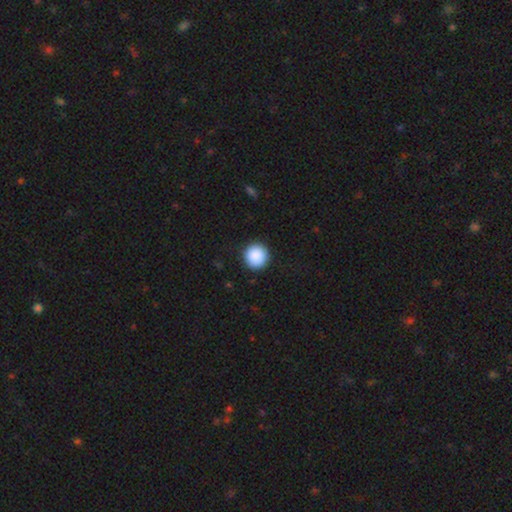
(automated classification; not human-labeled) Overall: smooth (90%). How rounded: round (96%). Merging: none (92%).